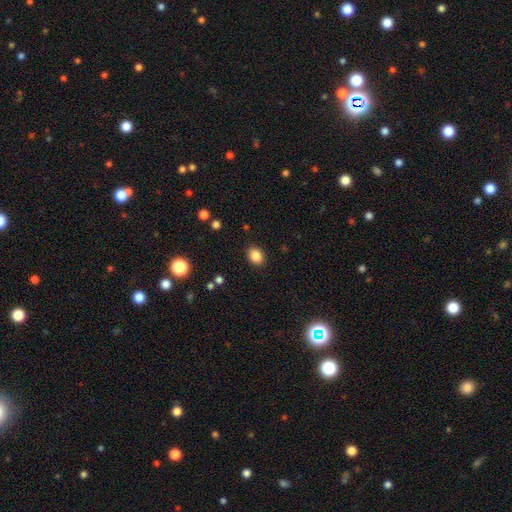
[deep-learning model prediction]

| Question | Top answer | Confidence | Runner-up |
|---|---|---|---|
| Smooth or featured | smooth | 86% | star or artifact (10%) |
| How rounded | in between | 57% | round (43%) |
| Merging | none | 89% | minor disturbance (8%) |